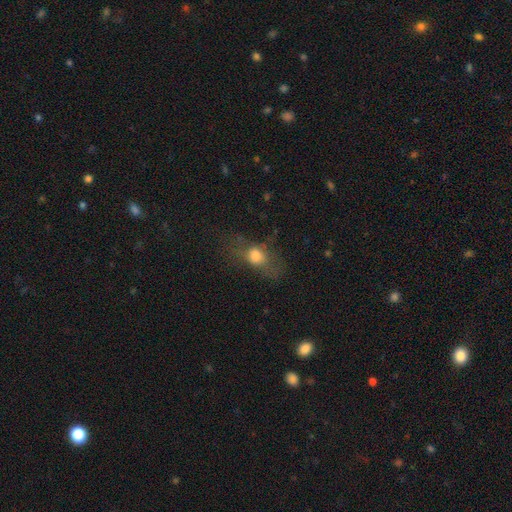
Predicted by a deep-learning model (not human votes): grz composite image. It shows a smooth galaxy with no disk features (65%) that is in between round and cigar-shaped (59%). Merging: none (42%).